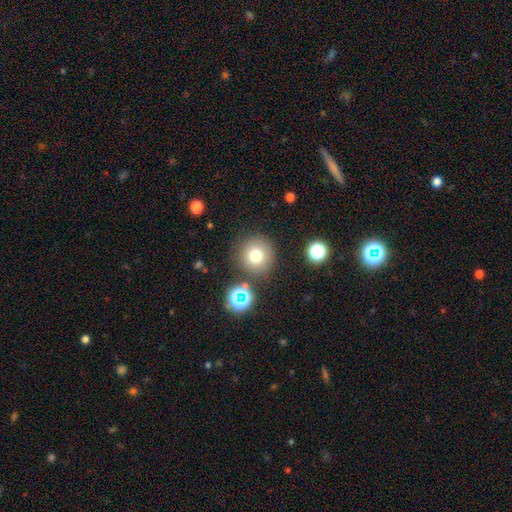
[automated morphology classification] smooth_or_featured: smooth (p=0.74) [alt: star or artifact p=0.16]
how_rounded: round (p=0.95) [alt: in between p=0.04]
merging: none (p=0.83) [alt: minor disturbance p=0.08]